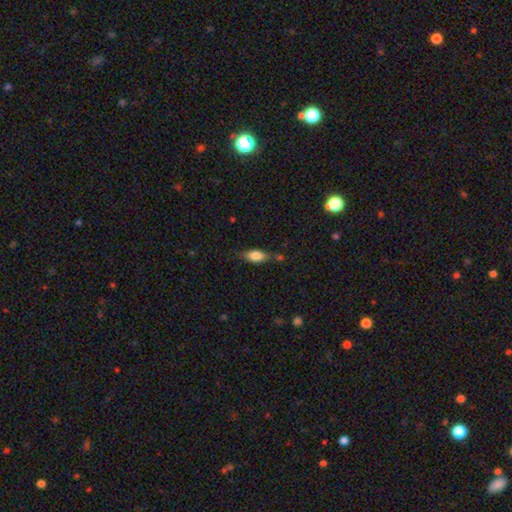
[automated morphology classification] smooth 77%, featured or disk 16%, star or artifact 8%. Down the decision tree: how rounded — in between (80%); merging — none (66%).